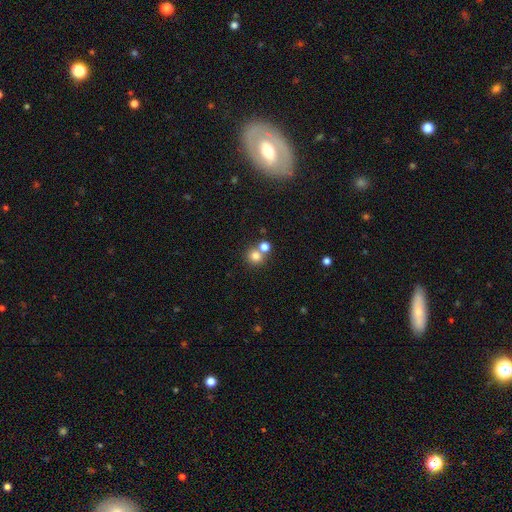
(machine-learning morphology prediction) This is likely a smooth galaxy (78%). How rounded: clearly round (89%). Merging: possibly none (57%).